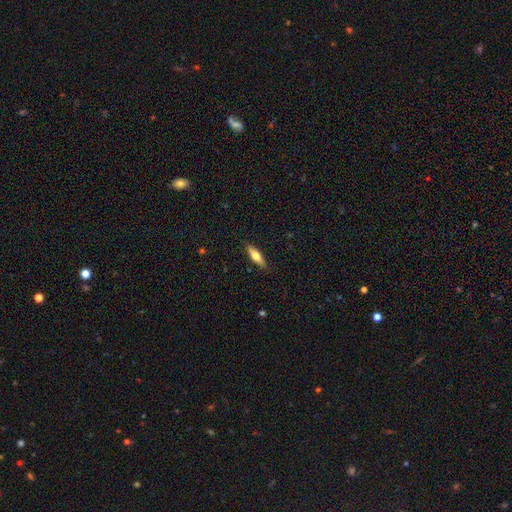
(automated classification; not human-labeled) Overall: smooth (53%; featured or disk 41%). How rounded: cigar-shaped (59%; in between 38%). Merging: none (87%).